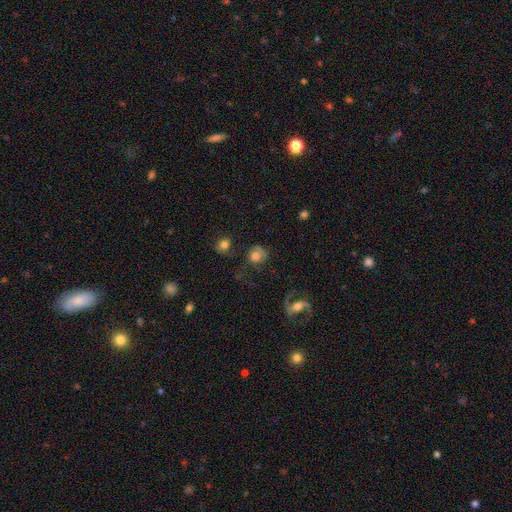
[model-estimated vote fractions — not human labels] Smooth or featured?
  - smooth: 64% *
  - featured or disk: 25%
  - star or artifact: 11%
How rounded?
  - round: 81% *
  - in between: 18%
  - cigar-shaped: 1%
Merging?
  - none: 57% *
  - minor disturbance: 21%
  - major disturbance: 17%
  - merger: 6%